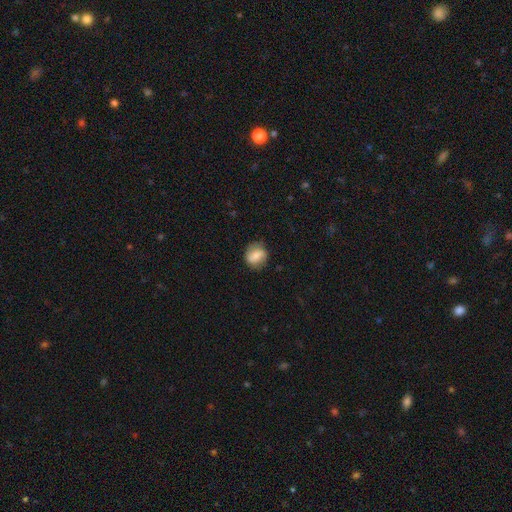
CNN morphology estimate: A smooth galaxy with no disk features (60%) that is round (64%). Merging: none (75%).